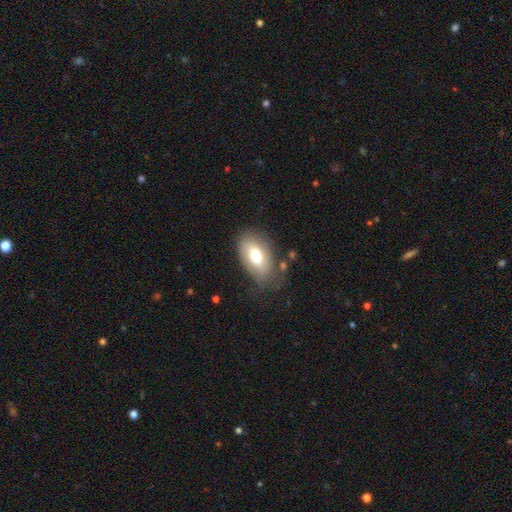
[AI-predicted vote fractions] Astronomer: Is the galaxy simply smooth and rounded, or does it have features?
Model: smooth — 71%.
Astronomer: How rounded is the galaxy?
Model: in between — 91%.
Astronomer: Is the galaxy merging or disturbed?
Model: none — 68%.